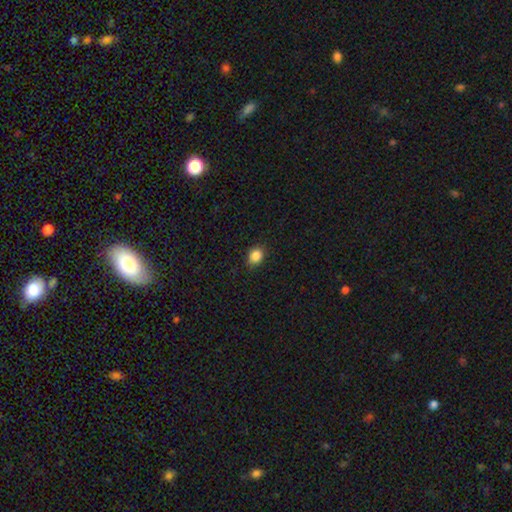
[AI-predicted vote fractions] A smooth galaxy with no disk features (86%) that is round (51%).

Vote fractions:
- Smooth or featured? smooth: 86% / star or artifact: 10% / featured or disk: 4%
- How rounded? round: 51% / in between: 48% / cigar-shaped: 1%
- Merging? none: 86% / minor disturbance: 11% / major disturbance: 2% / merger: 1%